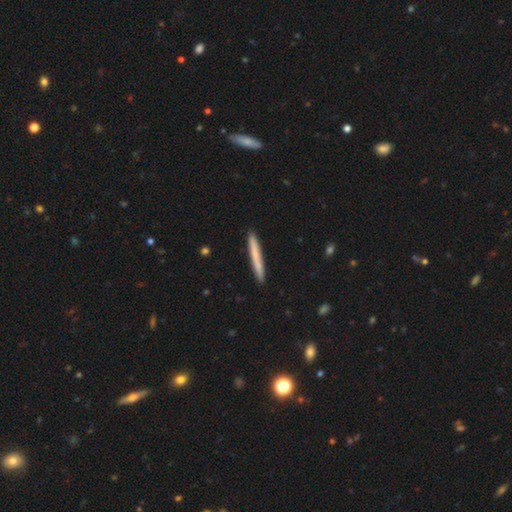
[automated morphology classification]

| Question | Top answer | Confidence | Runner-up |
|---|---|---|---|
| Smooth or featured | smooth | 70% | featured or disk (25%) |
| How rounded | cigar-shaped | 97% | in between (2%) |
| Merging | none | 92% | minor disturbance (5%) |